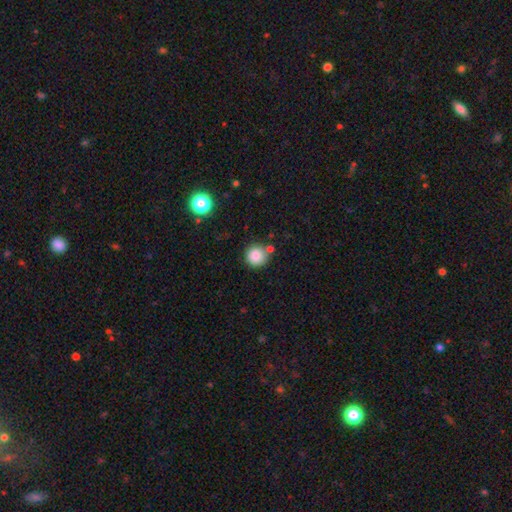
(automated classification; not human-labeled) This appears to be a smooth galaxy with no disk features (86%) that is round (95%). Merging: none (78%).